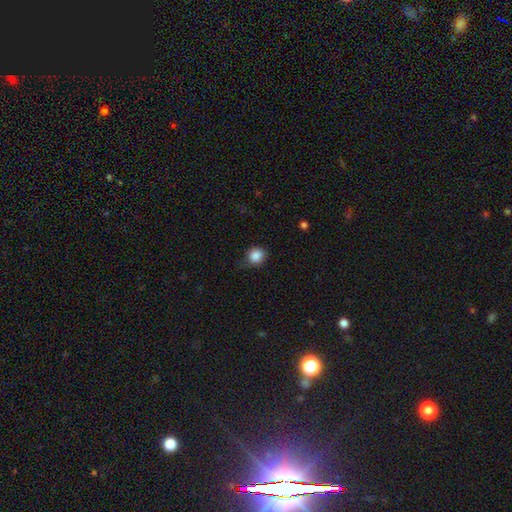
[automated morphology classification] Q: Smooth or featured?
A: smooth (86%); runner-up: star or artifact (10%)
Q: How rounded?
A: round (84%); runner-up: in between (15%)
Q: Merging?
A: none (70%); runner-up: minor disturbance (24%)